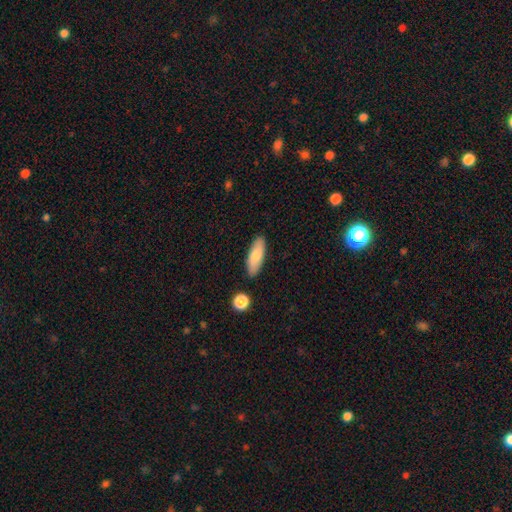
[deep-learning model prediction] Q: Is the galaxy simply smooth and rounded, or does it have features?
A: smooth — 80%.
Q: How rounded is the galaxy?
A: in between — 65%.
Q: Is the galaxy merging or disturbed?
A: none — 86%.